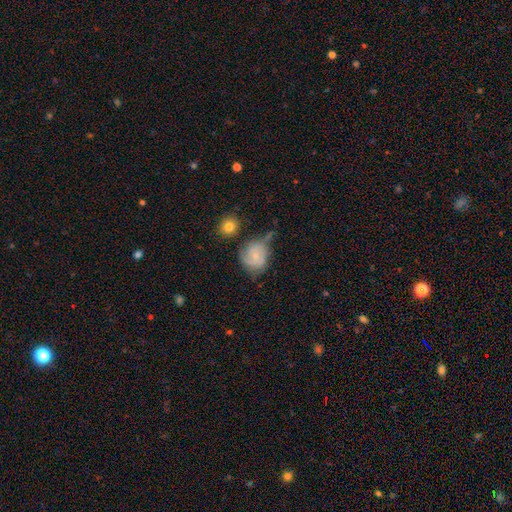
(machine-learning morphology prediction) This is possibly a smooth galaxy (49%). Merging: marginally none (39%).